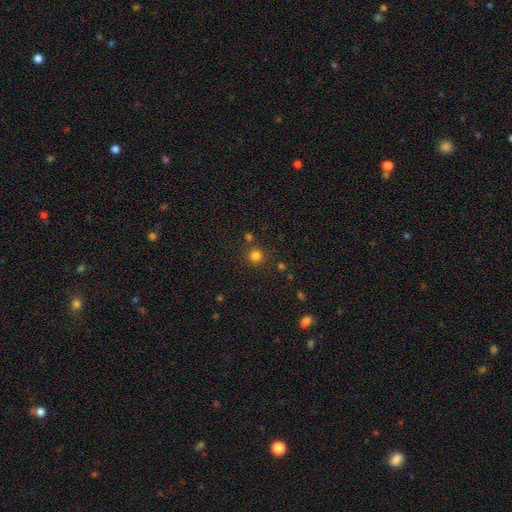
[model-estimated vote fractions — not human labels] This appears to be a smooth galaxy with no disk features (80%) that is round (93%). Merging: none (82%).